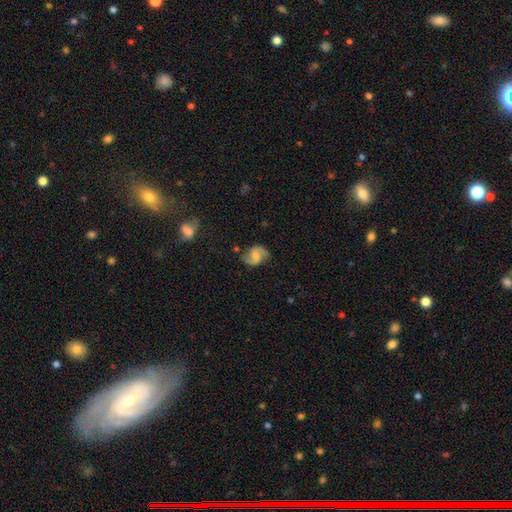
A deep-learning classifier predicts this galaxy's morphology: This is likely a featured or disk galaxy (79%). It is clearly not viewed edge-on (98%). Bar: possibly weak (47%). Spiral arm pattern: clearly yes (95%). Spiral arm count: clearly 2 (92%). Spiral winding: possibly medium (48%). Central bulge: possibly moderate (47%). Merging: likely none (77%).